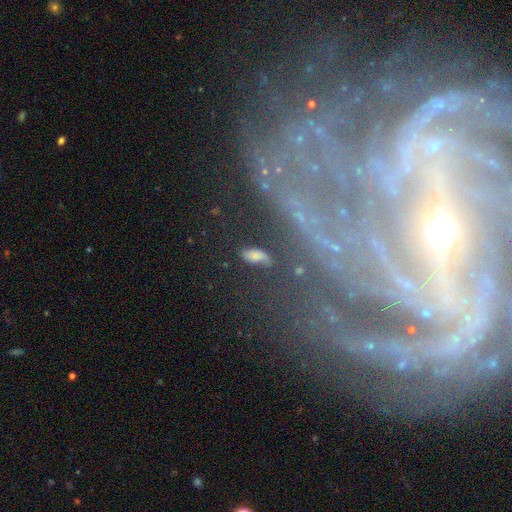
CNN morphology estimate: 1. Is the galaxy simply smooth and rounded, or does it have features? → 62% smooth, 20% featured or disk, 18% star or artifact.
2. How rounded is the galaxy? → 77% in between, 17% cigar-shaped, 6% round.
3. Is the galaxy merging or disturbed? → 62% none, 20% minor disturbance, 11% major disturbance, 6% merger.